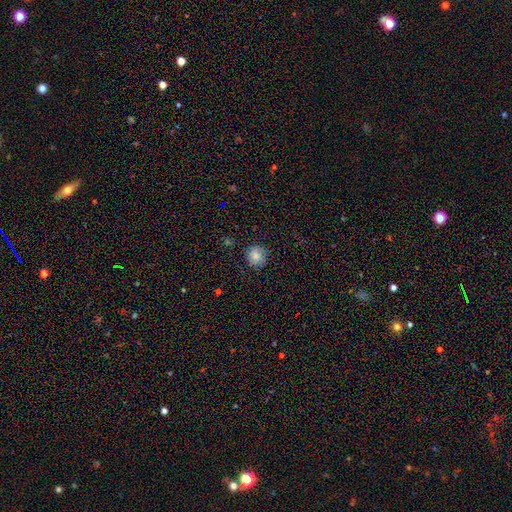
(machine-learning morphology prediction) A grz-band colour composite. It shows a smooth galaxy with no disk features (77%) that is round (88%). Merging: none (79%).